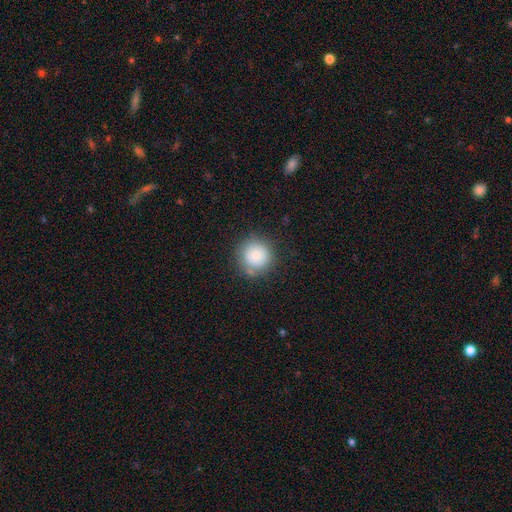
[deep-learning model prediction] Smooth or featured: smooth — 83% (star or artifact — 9%)
How rounded: round — 94% (in between — 5%)
Merging: none — 78% (minor disturbance — 14%)